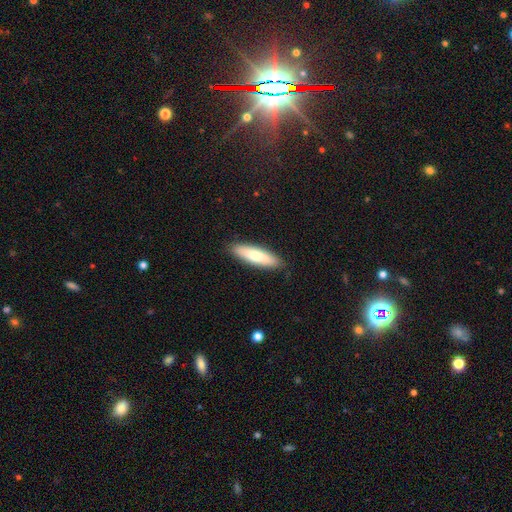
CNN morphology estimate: smooth_or_featured: smooth (p=0.73) [alt: featured or disk p=0.21]
how_rounded: cigar-shaped (p=0.59) [alt: in between p=0.40]
merging: none (p=0.88) [alt: minor disturbance p=0.09]